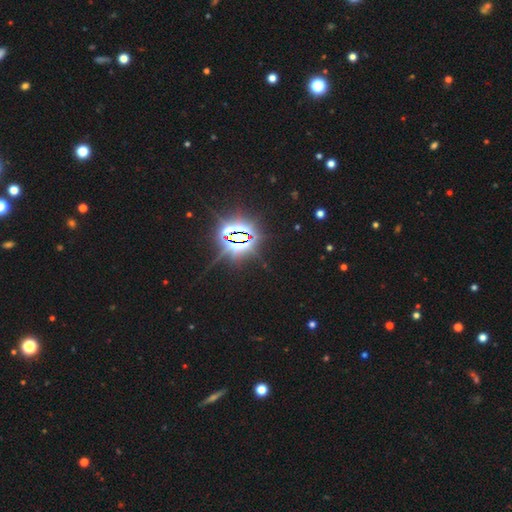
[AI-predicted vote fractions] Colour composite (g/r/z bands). It shows a star or artifact, not a galaxy (85%).